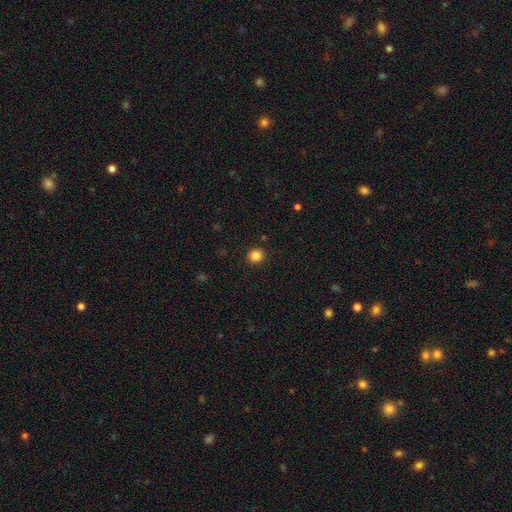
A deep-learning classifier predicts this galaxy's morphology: A smooth galaxy with no disk features (85%) that is round (90%).

Vote fractions:
- Smooth or featured? smooth: 85% / star or artifact: 12% / featured or disk: 4%
- How rounded? round: 90% / in between: 9% / cigar-shaped: 1%
- Merging? none: 92% / minor disturbance: 5% / major disturbance: 2% / merger: 1%